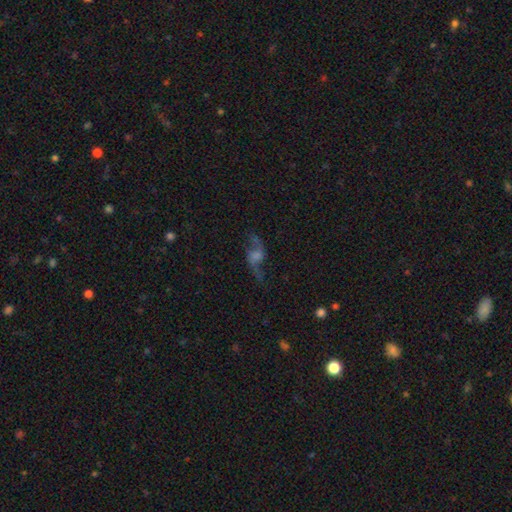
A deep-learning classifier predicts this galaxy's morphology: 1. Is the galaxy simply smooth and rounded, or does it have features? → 71% featured or disk, 15% smooth, 13% star or artifact.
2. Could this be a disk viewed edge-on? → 87% no, 13% yes.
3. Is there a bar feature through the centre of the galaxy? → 58% no, 32% weak, 10% strong.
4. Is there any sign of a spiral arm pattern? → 90% yes, 10% no.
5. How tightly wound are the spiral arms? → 86% loose, 11% medium, 3% tight.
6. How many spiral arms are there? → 92% 2, 3% 1, 3% can't tell, 1% 3, 1% 4, 1% more than 4.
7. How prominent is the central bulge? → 31% moderate, 27% small, 23% none, 16% large, 4% dominant.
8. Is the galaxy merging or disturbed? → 68% none, 16% minor disturbance, 14% major disturbance, 2% merger.